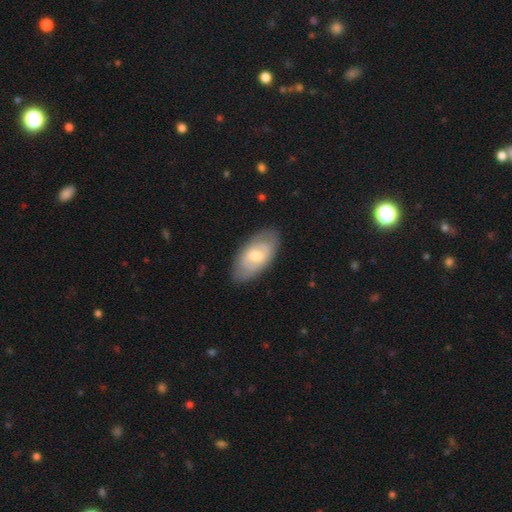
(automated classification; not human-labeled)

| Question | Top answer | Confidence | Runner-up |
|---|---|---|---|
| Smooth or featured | smooth | 47% | tied: featured or disk (47%) |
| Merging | none | 80% | minor disturbance (15%) |